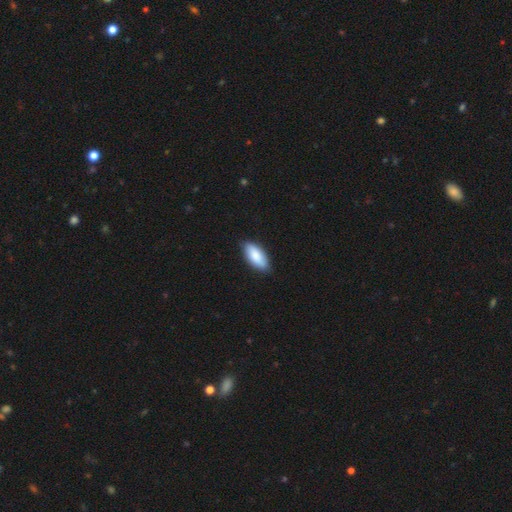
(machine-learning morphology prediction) Smooth or featured?
  - smooth: 85% *
  - featured or disk: 10%
  - star or artifact: 5%
How rounded?
  - in between: 88% *
  - cigar-shaped: 10%
  - round: 2%
Merging?
  - none: 85% *
  - minor disturbance: 13%
  - major disturbance: 2%
  - merger: 1%